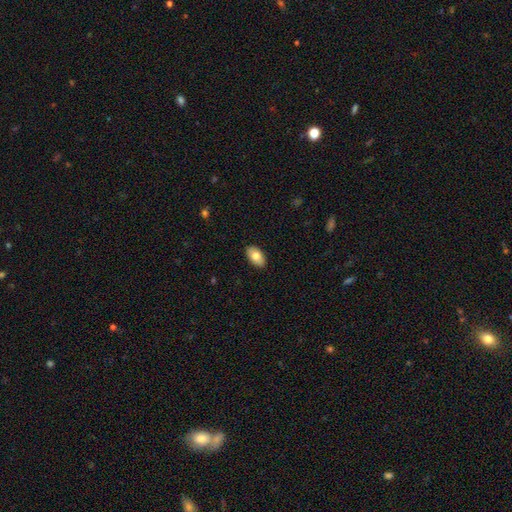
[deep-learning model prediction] Smooth or featured: smooth — 77% (featured or disk — 16%)
How rounded: in between — 94% (round — 5%)
Merging: none — 89% (minor disturbance — 9%)